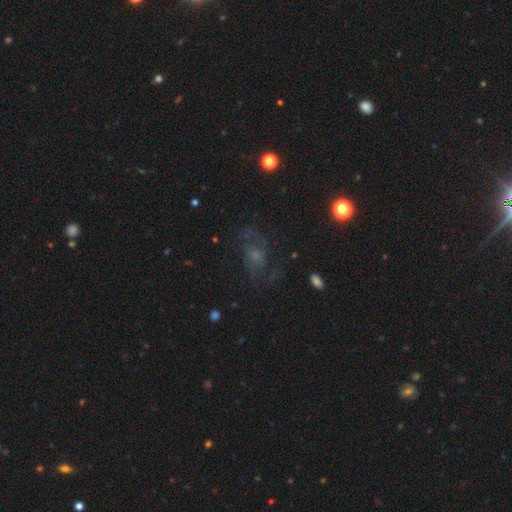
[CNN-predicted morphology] Smooth or featured? Predicted: featured or disk (p=0.51). Edge-on disk? Predicted: no (p=0.96). Merging? Predicted: none (p=0.60).